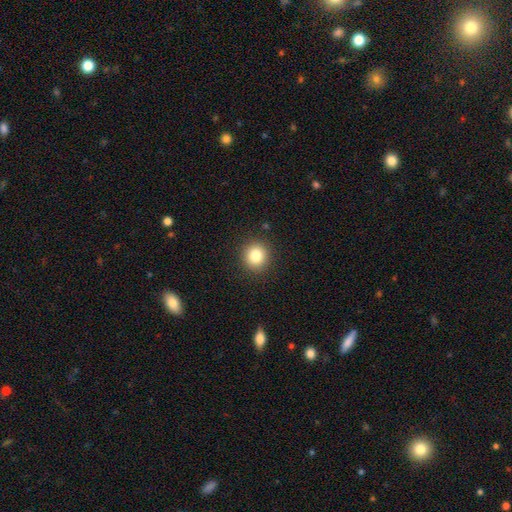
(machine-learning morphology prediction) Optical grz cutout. It shows a smooth galaxy with no disk features (82%) that is round (91%). Merging: none (91%).